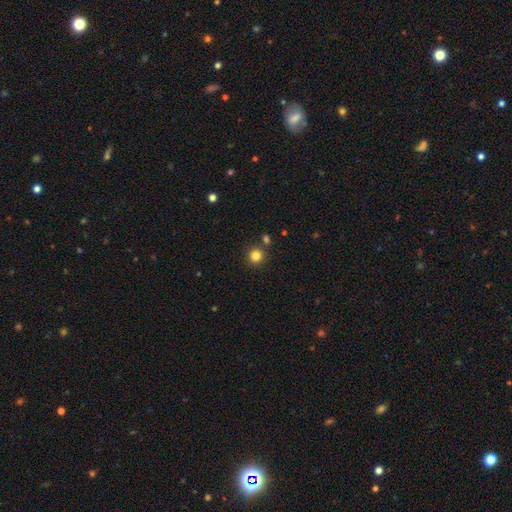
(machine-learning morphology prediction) type=smooth (83%); roundness=round (93%); merging=none (84%).